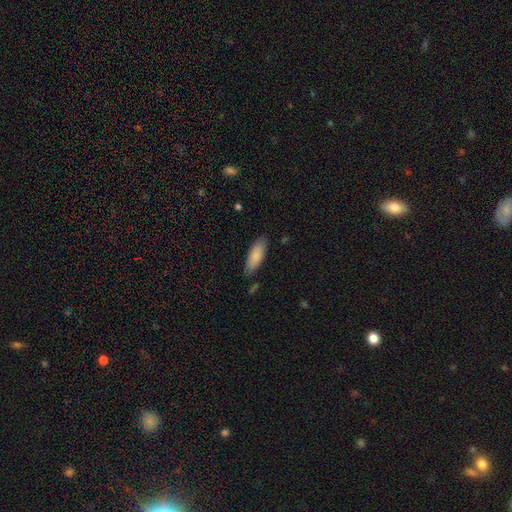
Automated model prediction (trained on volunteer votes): smooth 86%, featured or disk 9%, star or artifact 6%. Down the decision tree: how rounded — in between (66%); merging — none (81%).